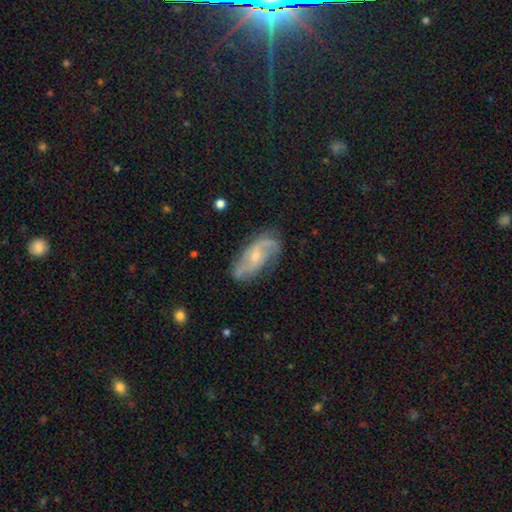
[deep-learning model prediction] Smooth or featured: featured or disk — 79% (smooth — 15%)
Edge-on disk: no — 93% (yes — 7%)
Bar: no — 55% (weak — 36%)
Spiral arms: yes — 93% (no — 7%)
Spiral winding: loose — 43% (medium — 40%)
Spiral arm count: 2 — 79% (can't tell — 10%)
Bulge size: small — 62% (moderate — 33%)
Merging: none — 68% (minor disturbance — 22%)